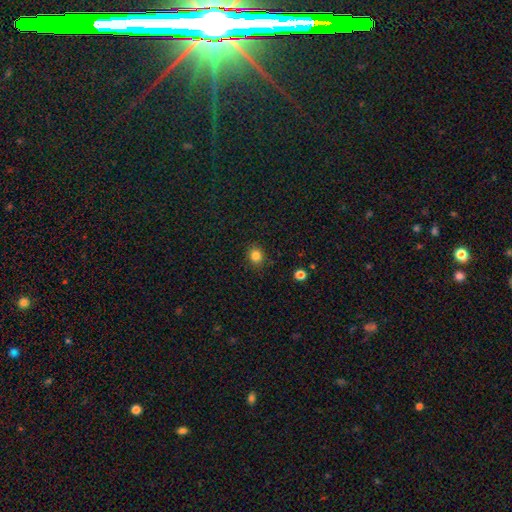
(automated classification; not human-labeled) The model was most divided on "how rounded": round: 74%, in between: 25%, cigar-shaped: 1%. More confident: merging — none (87%); smooth or featured — smooth (83%).